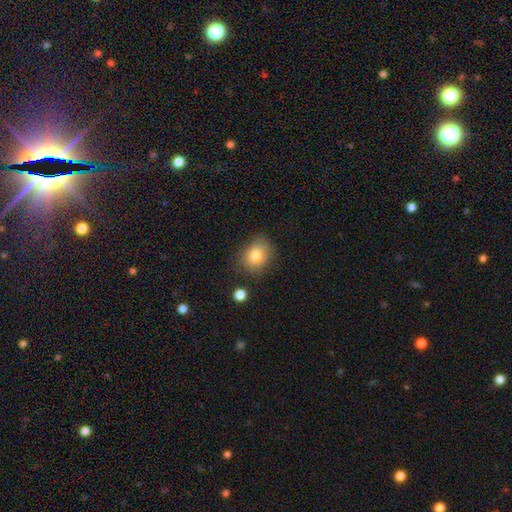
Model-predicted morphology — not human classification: Smooth or featured? smooth (80%)
How rounded? round (57%)
Merging? none (75%)